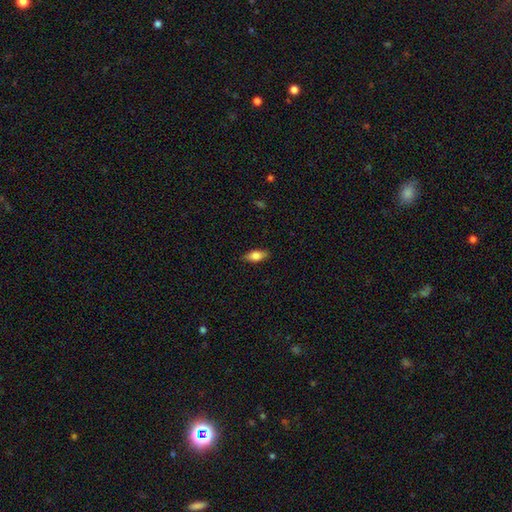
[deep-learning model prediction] smooth_or_featured: smooth (p=0.77) [alt: featured or disk p=0.16]
how_rounded: in between (p=0.82) [alt: cigar-shaped p=0.14]
merging: none (p=0.85) [alt: minor disturbance p=0.12]